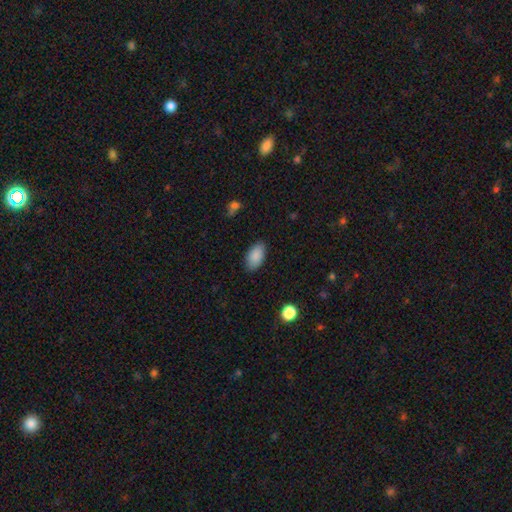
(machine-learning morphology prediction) smooth_or_featured: smooth (p=0.88) [alt: star or artifact p=0.07]
how_rounded: in between (p=0.94) [alt: round p=0.04]
merging: none (p=0.85) [alt: minor disturbance p=0.11]